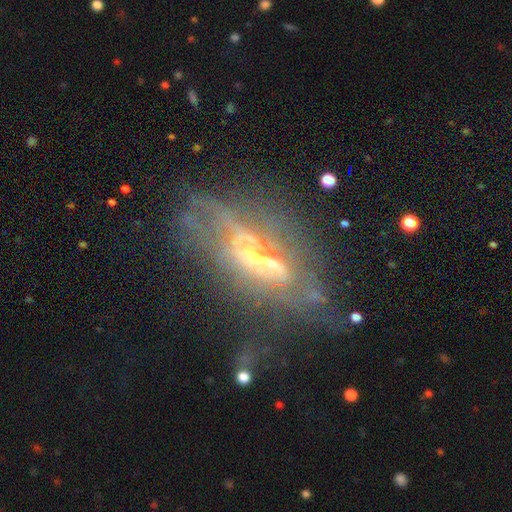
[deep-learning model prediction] Smooth or featured?
  - featured or disk: 69% *
  - smooth: 18%
  - star or artifact: 13%
Edge-on disk?
  - no: 57% *
  - yes: 43%
Merging?
  - major disturbance: 39% *
  - none: 35%
  - minor disturbance: 19%
  - merger: 7%